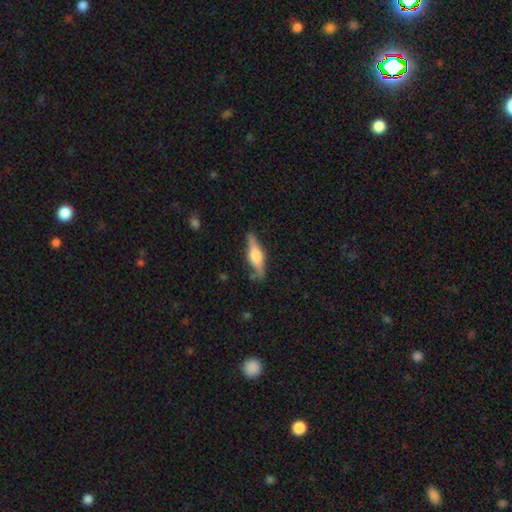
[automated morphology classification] Q: Smooth or featured?
A: featured or disk (61%); runner-up: smooth (33%)
Q: Edge-on disk?
A: yes (95%); runner-up: no (5%)
Q: Edge-on bulge?
A: rounded (87%); runner-up: boxy (11%)
Q: Merging?
A: none (84%); runner-up: minor disturbance (12%)